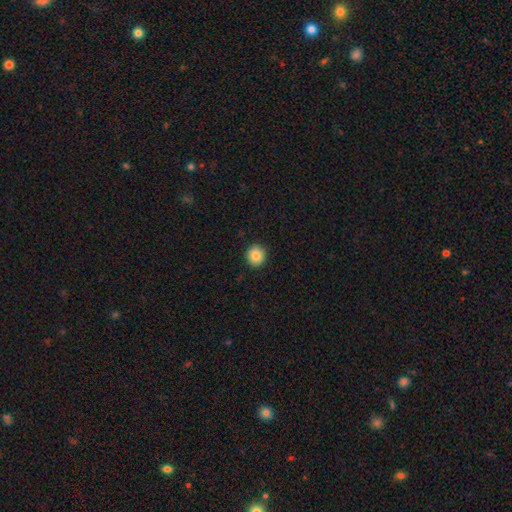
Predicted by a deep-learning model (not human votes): smooth 86%, star or artifact 9%, featured or disk 5%. Down the decision tree: how rounded — round (91%); merging — none (92%).